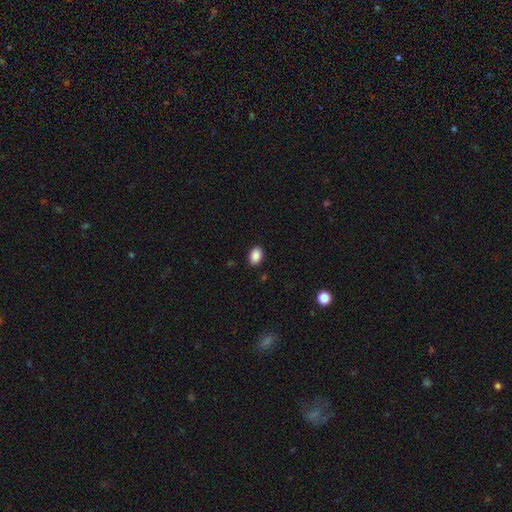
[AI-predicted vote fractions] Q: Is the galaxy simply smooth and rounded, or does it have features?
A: smooth — 89%.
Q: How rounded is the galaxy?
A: in between — 81%.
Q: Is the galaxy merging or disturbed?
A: none — 89%.